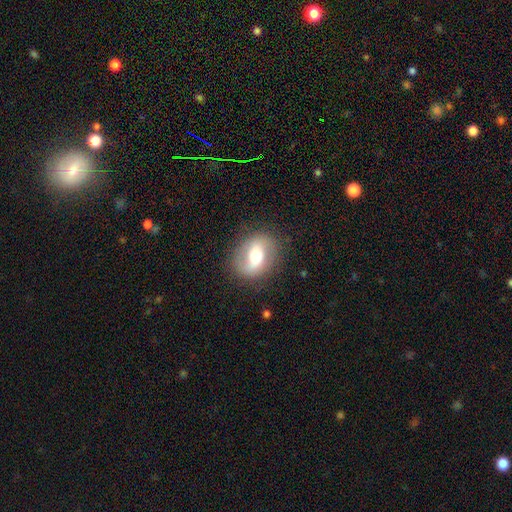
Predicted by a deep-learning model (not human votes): Q: Smooth or featured?
A: featured or disk (49%); runner-up: smooth (43%)
Q: Merging?
A: none (82%); runner-up: minor disturbance (12%)